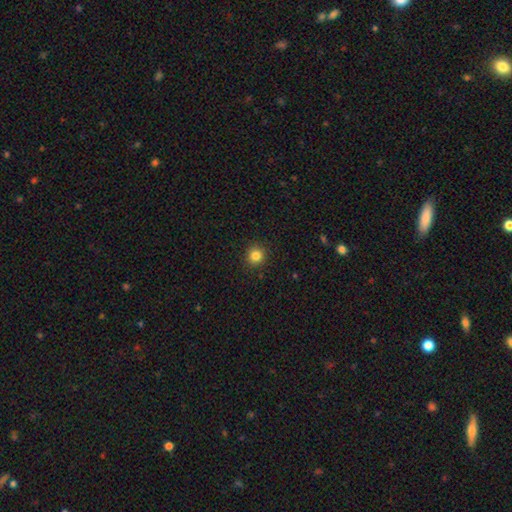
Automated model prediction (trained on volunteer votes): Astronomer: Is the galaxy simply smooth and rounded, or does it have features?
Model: smooth — 83%.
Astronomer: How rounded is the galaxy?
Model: round — 93%.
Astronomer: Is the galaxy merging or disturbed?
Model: none — 92%.